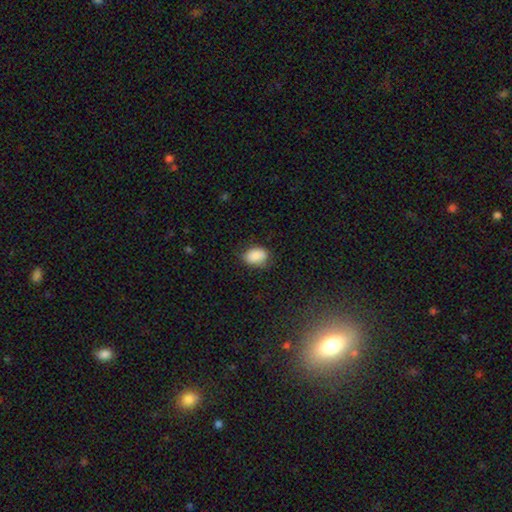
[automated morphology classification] Smooth or featured?
  - smooth: 88% *
  - star or artifact: 8%
  - featured or disk: 4%
How rounded?
  - in between: 83% *
  - round: 16%
  - cigar-shaped: 1%
Merging?
  - none: 75% *
  - minor disturbance: 19%
  - major disturbance: 5%
  - merger: 1%